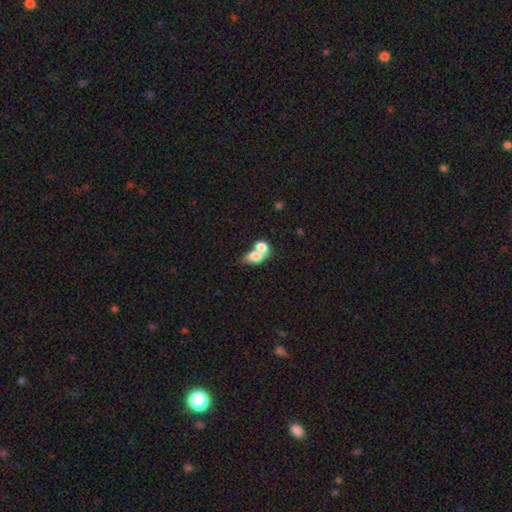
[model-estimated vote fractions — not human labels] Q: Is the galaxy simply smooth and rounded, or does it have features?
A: smooth — 74%.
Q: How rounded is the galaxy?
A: in between — 72%.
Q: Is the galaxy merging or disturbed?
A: merger — 72%.